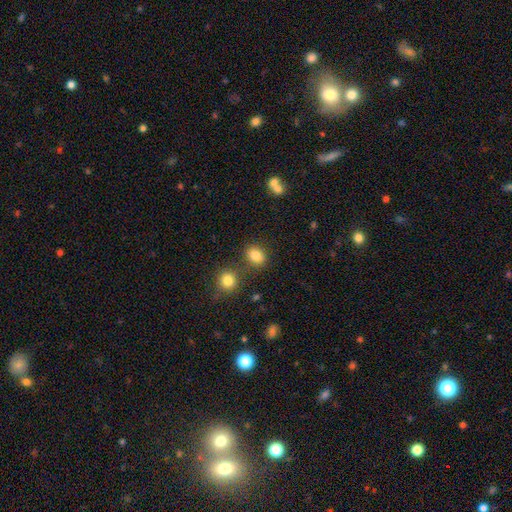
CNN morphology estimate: Smooth or featured?
  - smooth: 83% *
  - star or artifact: 11%
  - featured or disk: 6%
How rounded?
  - in between: 59% *
  - round: 40%
  - cigar-shaped: 1%
Merging?
  - none: 73% *
  - minor disturbance: 12%
  - merger: 12%
  - major disturbance: 4%